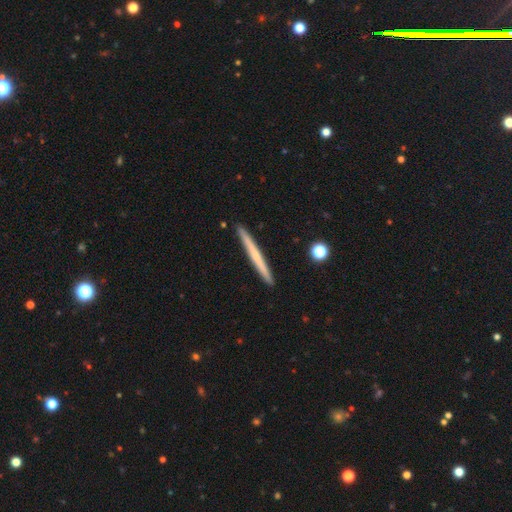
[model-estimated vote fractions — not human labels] Q: Smooth or featured?
A: smooth (50%); runner-up: featured or disk (44%)
Q: Merging?
A: none (92%); runner-up: minor disturbance (6%)